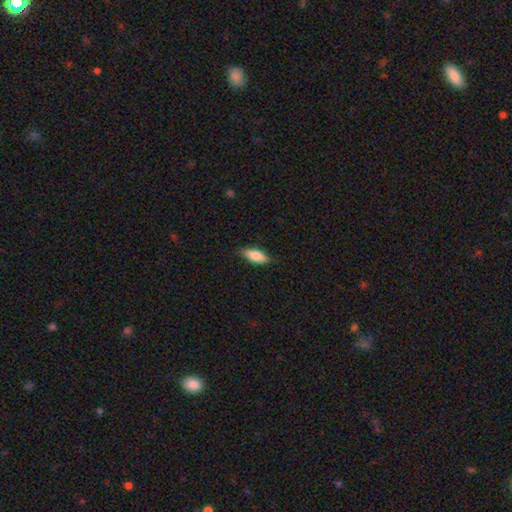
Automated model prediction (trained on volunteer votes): smooth-or-featured: smooth: 76% | featured or disk: 18% | star or artifact: 6%
  how-rounded: in between: 73% | cigar-shaped: 25% | round: 3%
  merging: none: 80% | minor disturbance: 16% | major disturbance: 3% | merger: 1%